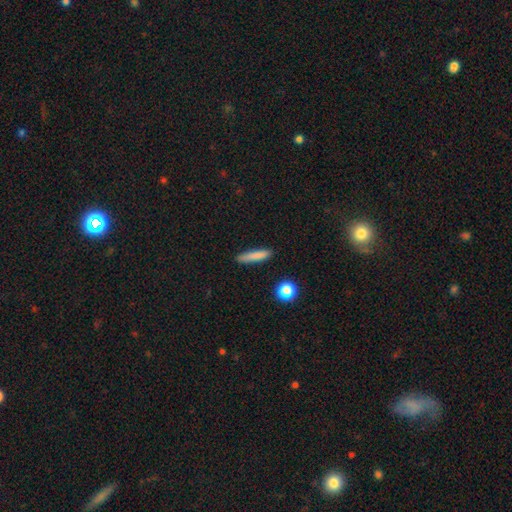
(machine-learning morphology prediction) smooth-or-featured: smooth: 82% | featured or disk: 10% | star or artifact: 8%
  how-rounded: cigar-shaped: 88% | in between: 10% | round: 2%
  merging: none: 88% | minor disturbance: 8% | major disturbance: 2% | merger: 2%